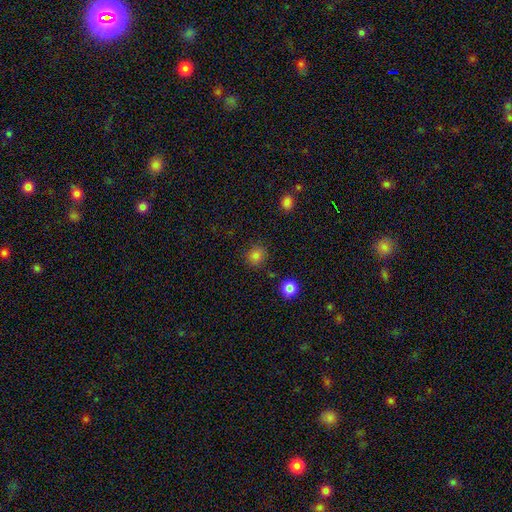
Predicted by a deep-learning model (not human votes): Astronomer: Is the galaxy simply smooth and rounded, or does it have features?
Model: smooth — 82%.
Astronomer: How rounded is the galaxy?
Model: round — 86%.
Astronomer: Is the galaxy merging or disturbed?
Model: none — 86%.